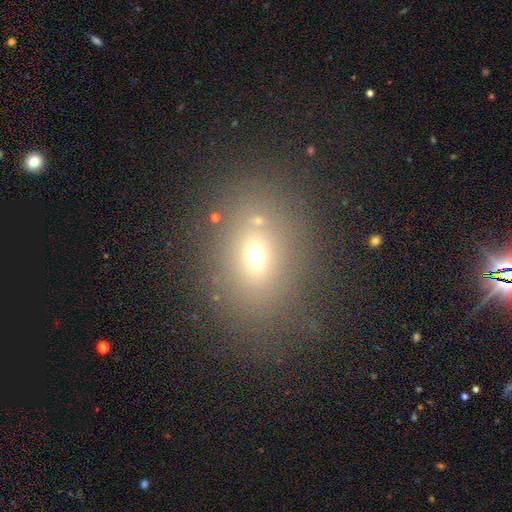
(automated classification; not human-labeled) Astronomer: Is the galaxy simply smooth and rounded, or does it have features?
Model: smooth — 63%.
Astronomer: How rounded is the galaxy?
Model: in between — 63%.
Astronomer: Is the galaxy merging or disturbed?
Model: none — 74%.